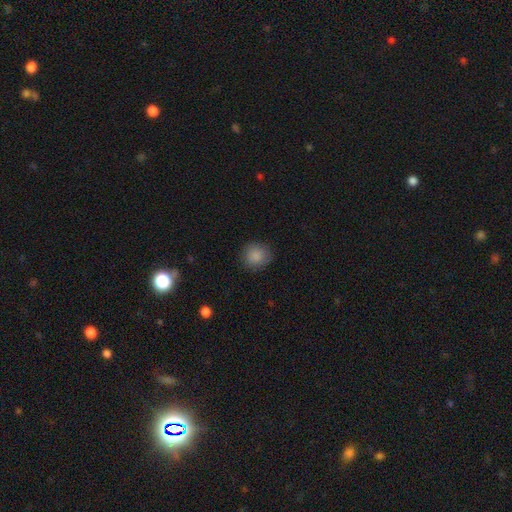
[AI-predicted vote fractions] Smooth or featured? smooth (87%)
How rounded? round (88%)
Merging? none (86%)